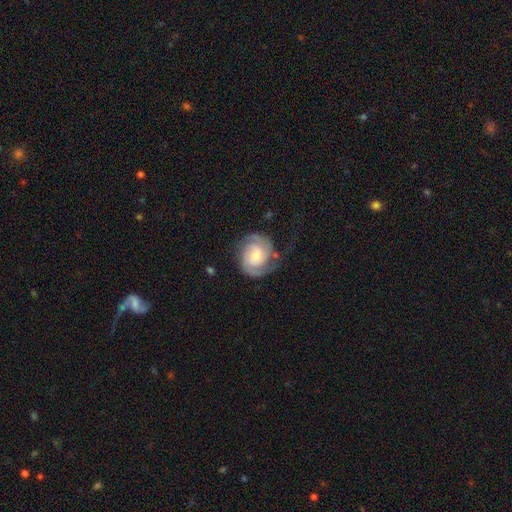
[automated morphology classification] A featured or disk galaxy (80%) with no bar (60%), 2 (79%) tight (55%) spiral arms (96%) and a small central bulge (43%).

Vote fractions:
- Smooth or featured? featured or disk: 80% / smooth: 15% / star or artifact: 6%
- Edge-on disk? no: 98% / yes: 2%
- Bar? no: 60% / weak: 33% / strong: 7%
- Spiral arms? yes: 96% / no: 4%
- Spiral winding? tight: 55% / medium: 36% / loose: 9%
- Spiral arm count? 2: 79% / can't tell: 9% / 3: 5% / 1: 4% / 4: 2% / more than 4: 2%
- Bulge size? small: 43% / moderate: 41% / large: 9% / none: 5% / dominant: 2%
- Merging? none: 67% / minor disturbance: 19% / major disturbance: 12% / merger: 2%